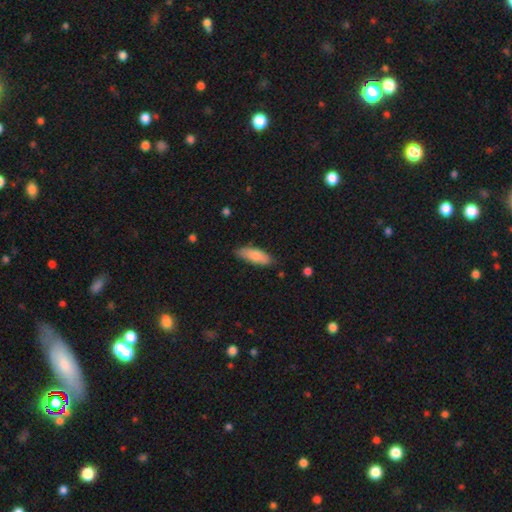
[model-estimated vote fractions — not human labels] Smooth or featured?
  - smooth: 82% *
  - featured or disk: 12%
  - star or artifact: 6%
How rounded?
  - in between: 69% *
  - cigar-shaped: 30%
  - round: 2%
Merging?
  - none: 78% *
  - minor disturbance: 17%
  - major disturbance: 3%
  - merger: 1%